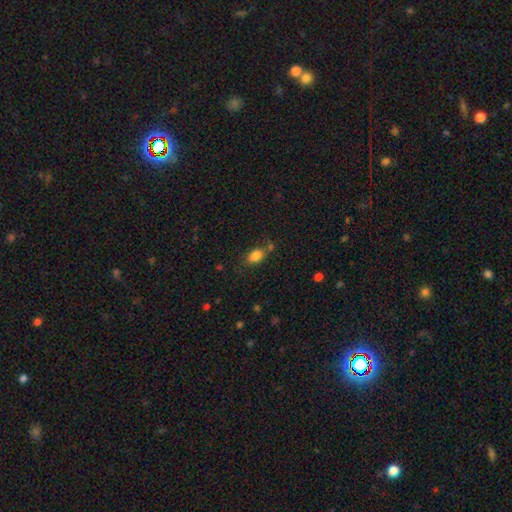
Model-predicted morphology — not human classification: A smooth galaxy with no disk features (84%) that is in between round and cigar-shaped (84%). Merging: none (65%).